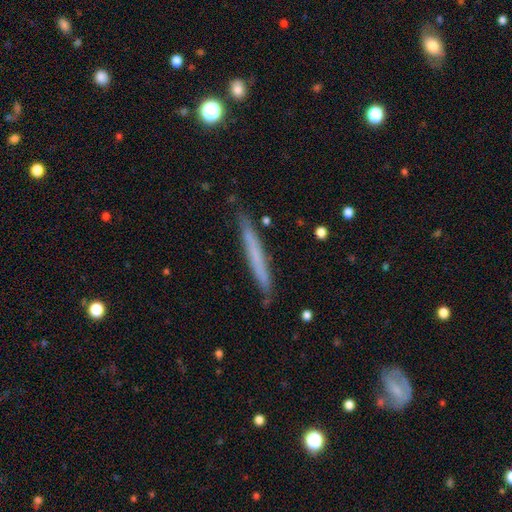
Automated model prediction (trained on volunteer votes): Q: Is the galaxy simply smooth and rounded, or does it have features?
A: smooth — 57%.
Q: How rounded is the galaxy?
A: cigar-shaped — 96%.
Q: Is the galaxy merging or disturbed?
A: none — 86%.